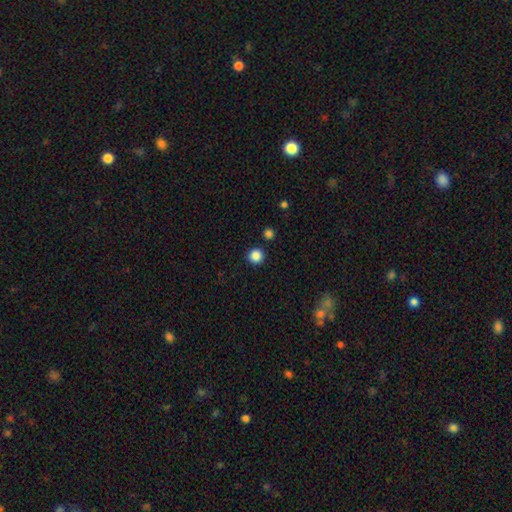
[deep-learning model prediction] This is clearly a smooth galaxy (87%). How rounded: clearly round (95%). Merging: clearly none (91%).